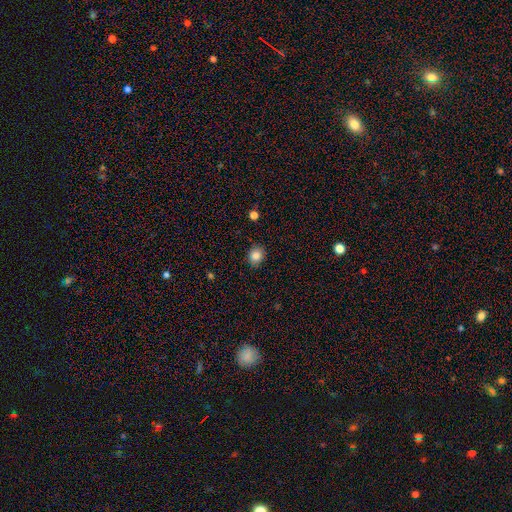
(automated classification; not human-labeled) smooth_or_featured: smooth (p=0.85) [alt: star or artifact p=0.10]
how_rounded: round (p=0.68) [alt: in between p=0.31]
merging: none (p=0.86) [alt: minor disturbance p=0.11]